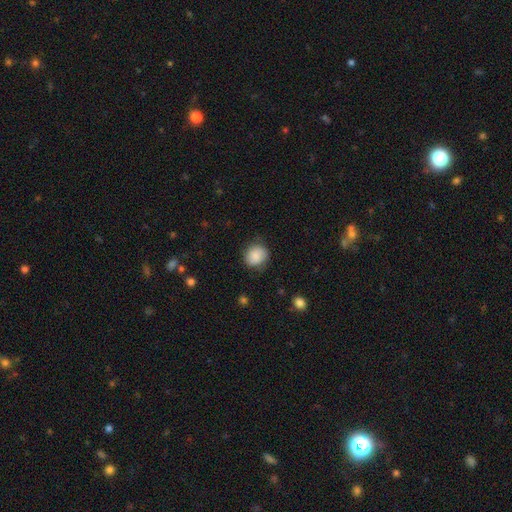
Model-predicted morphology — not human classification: Smooth or featured: smooth — 85% (star or artifact — 8%)
How rounded: round — 72% (in between — 27%)
Merging: none — 76% (minor disturbance — 18%)